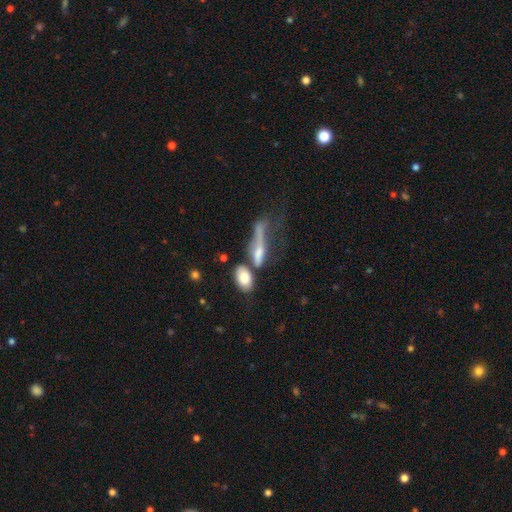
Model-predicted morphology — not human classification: A featured or disk galaxy (47%).

Vote fractions:
- Smooth or featured? featured or disk: 47% / smooth: 34% / star or artifact: 19%
- Merging? merger: 35% / none: 31% / major disturbance: 18% / minor disturbance: 15%